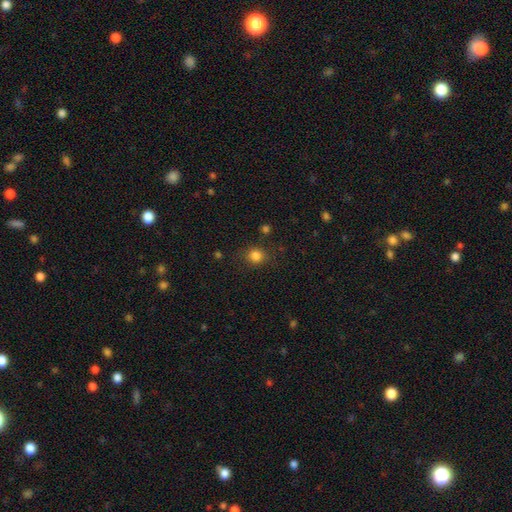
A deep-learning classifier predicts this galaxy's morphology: Smooth or featured: smooth — 83% (star or artifact — 13%)
How rounded: round — 84% (in between — 15%)
Merging: none — 84% (minor disturbance — 10%)